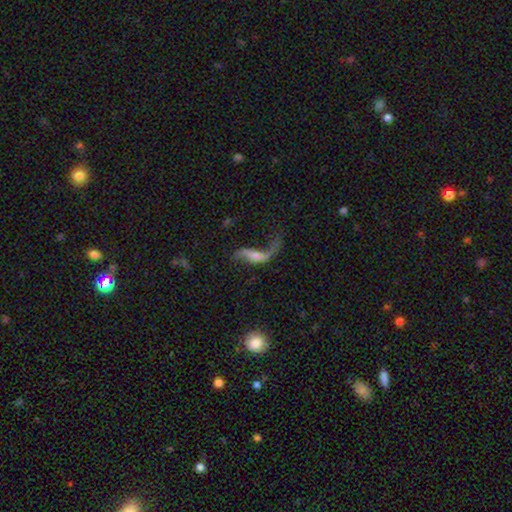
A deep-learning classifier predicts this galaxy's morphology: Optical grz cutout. It shows a featured or disk galaxy (75%) with no bar (49%), 2 (79%) loose (94%) spiral arms (87%) and a small central bulge (45%). Merging: none (41%).